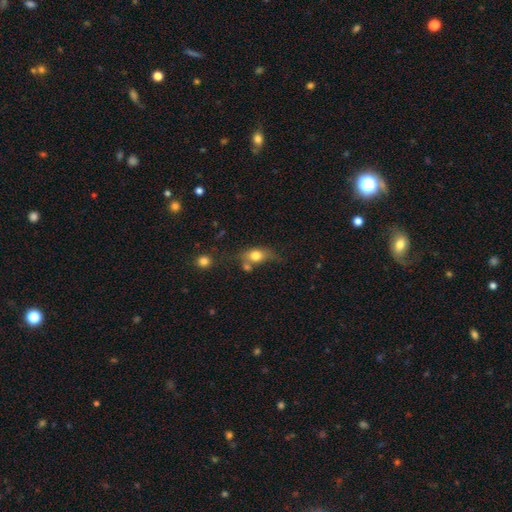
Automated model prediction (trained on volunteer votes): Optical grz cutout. It shows a smooth galaxy with no disk features (75%) that is in between round and cigar-shaped (64%). Merging: none (46%).